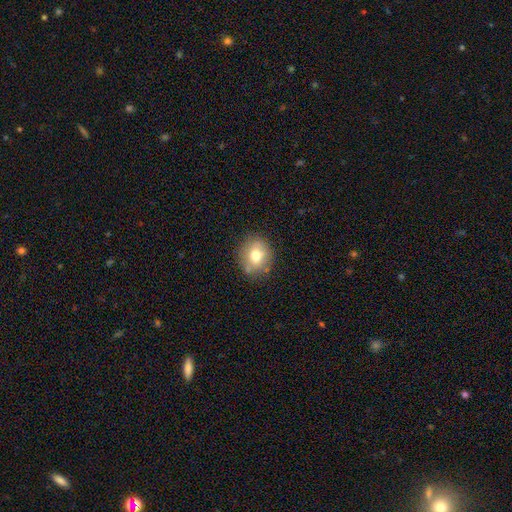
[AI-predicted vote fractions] Smooth or featured?
  - smooth: 72% *
  - featured or disk: 18%
  - star or artifact: 10%
How rounded?
  - round: 71% *
  - in between: 28%
  - cigar-shaped: 1%
Merging?
  - none: 79% *
  - minor disturbance: 15%
  - major disturbance: 4%
  - merger: 3%